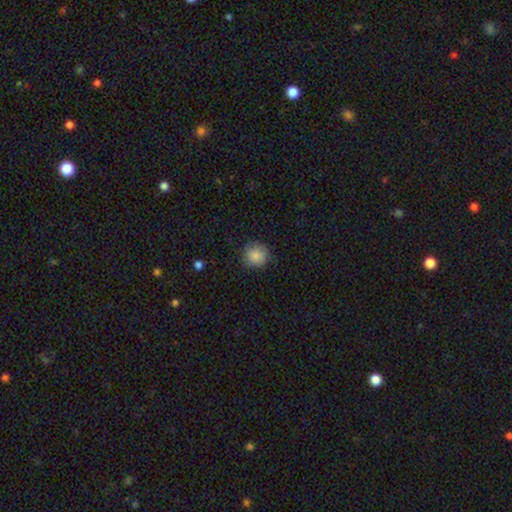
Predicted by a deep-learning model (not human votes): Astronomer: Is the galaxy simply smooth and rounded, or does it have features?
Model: smooth — 86%.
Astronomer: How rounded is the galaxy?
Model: round — 87%.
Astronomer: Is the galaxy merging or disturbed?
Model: none — 81%.